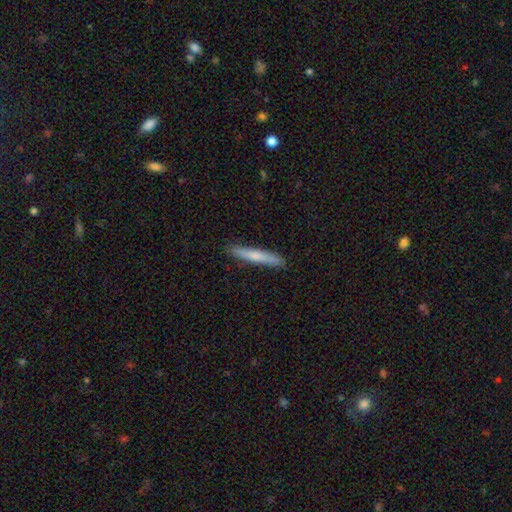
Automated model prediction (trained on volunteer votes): Smooth or featured?
  - smooth: 69% *
  - featured or disk: 26%
  - star or artifact: 5%
How rounded?
  - cigar-shaped: 95% *
  - in between: 4%
  - round: 1%
Merging?
  - none: 89% *
  - minor disturbance: 8%
  - major disturbance: 2%
  - merger: 1%